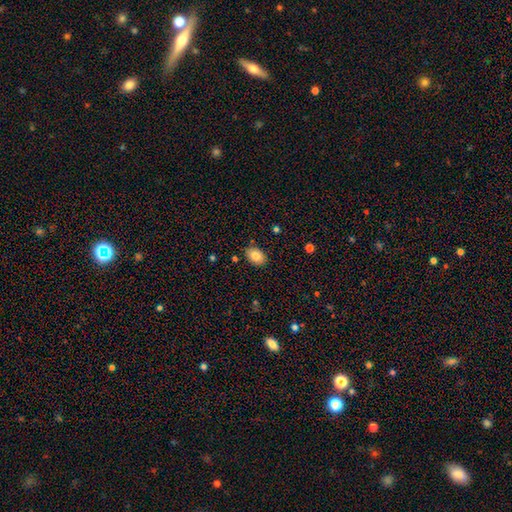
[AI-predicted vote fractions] smooth_or_featured: smooth (p=0.83) [alt: featured or disk p=0.09]
how_rounded: in between (p=0.83) [alt: round p=0.16]
merging: none (p=0.87) [alt: minor disturbance p=0.10]